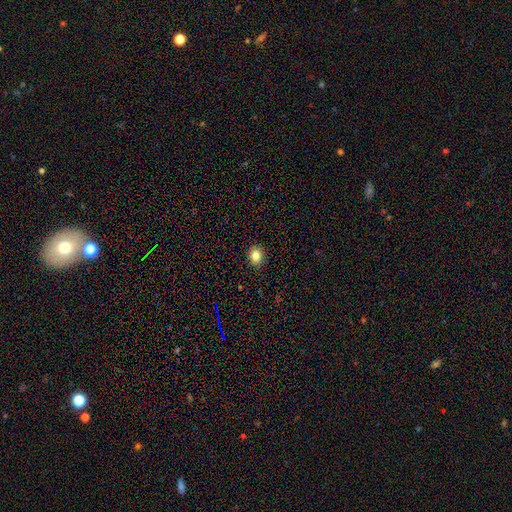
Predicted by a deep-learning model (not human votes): Smooth or featured? Predicted: smooth (p=0.82). How rounded? Predicted: round (p=0.62). Merging? Predicted: none (p=0.91).